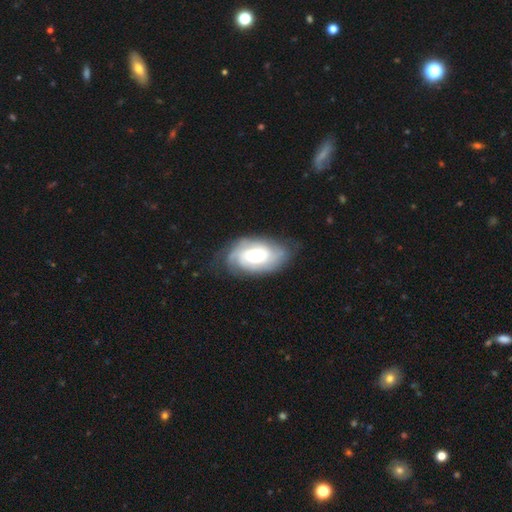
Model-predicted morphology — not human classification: Smooth or featured: featured or disk — 79% (smooth — 16%)
Edge-on disk: no — 96% (yes — 4%)
Bar: no — 71% (weak — 22%)
Spiral arms: yes — 95% (no — 5%)
Spiral winding: tight — 69% (medium — 25%)
Spiral arm count: can't tell — 34% (3 — 22%)
Bulge size: moderate — 50% (small — 33%)
Merging: none — 73% (minor disturbance — 19%)